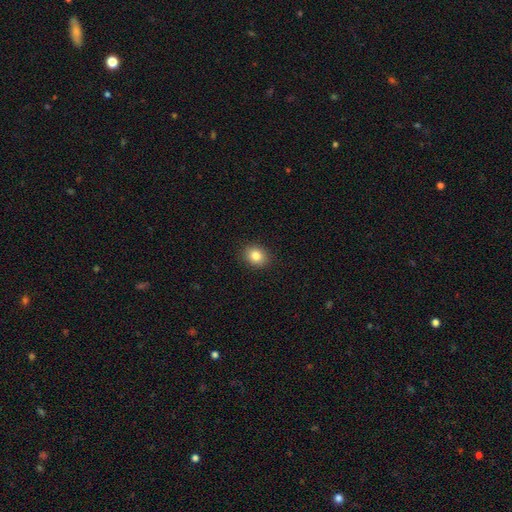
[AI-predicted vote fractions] Smooth or featured?
  - smooth: 83% *
  - star or artifact: 10%
  - featured or disk: 6%
How rounded?
  - round: 61% *
  - in between: 38%
  - cigar-shaped: 1%
Merging?
  - none: 90% *
  - minor disturbance: 7%
  - major disturbance: 2%
  - merger: 1%